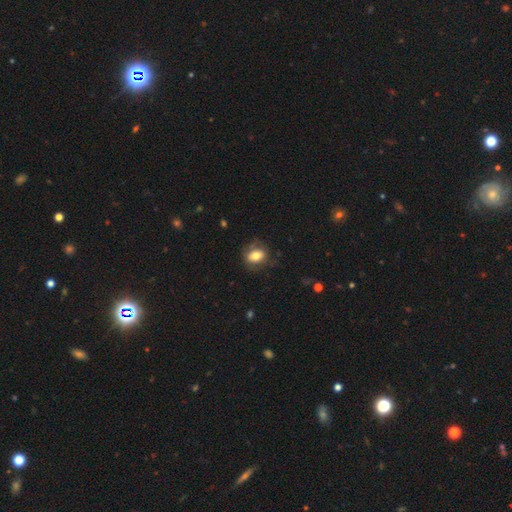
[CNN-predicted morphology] Overall: smooth (75%). How rounded: in between (68%; round 31%). Merging: none (69%).